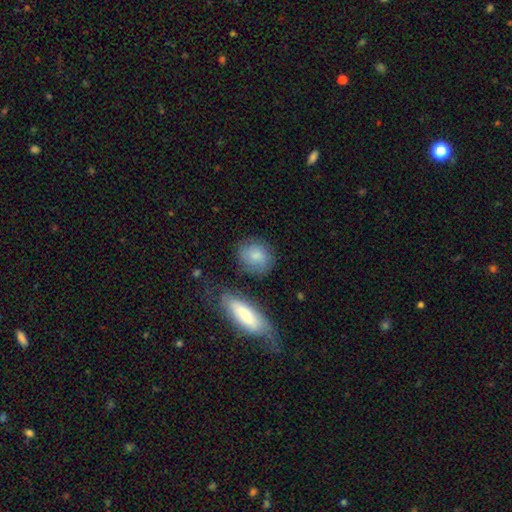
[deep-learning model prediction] Overall: smooth (77%). How rounded: round (66%; in between 32%). Merging: none (71%).